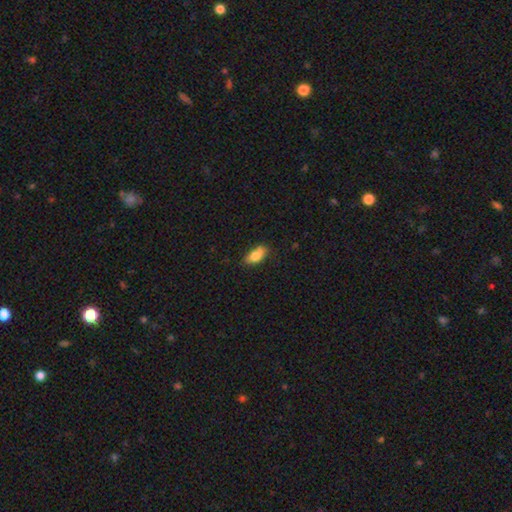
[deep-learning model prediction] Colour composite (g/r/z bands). It shows a smooth galaxy with no disk features (78%) that is in between round and cigar-shaped (87%). Merging: none (61%).